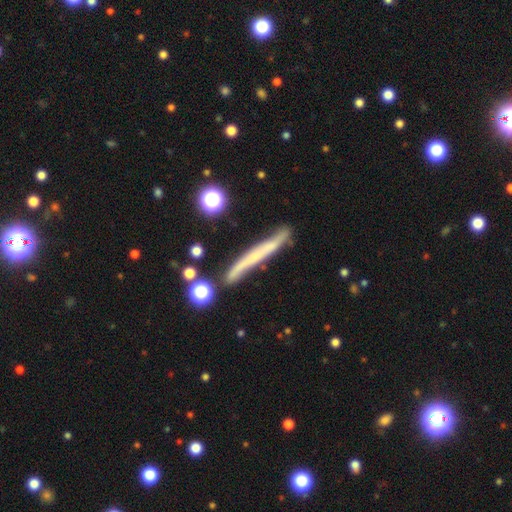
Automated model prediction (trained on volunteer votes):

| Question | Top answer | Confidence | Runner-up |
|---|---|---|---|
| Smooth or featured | featured or disk | 58% | smooth (32%) |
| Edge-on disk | yes | 84% | no (16%) |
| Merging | none | 70% | minor disturbance (20%) |